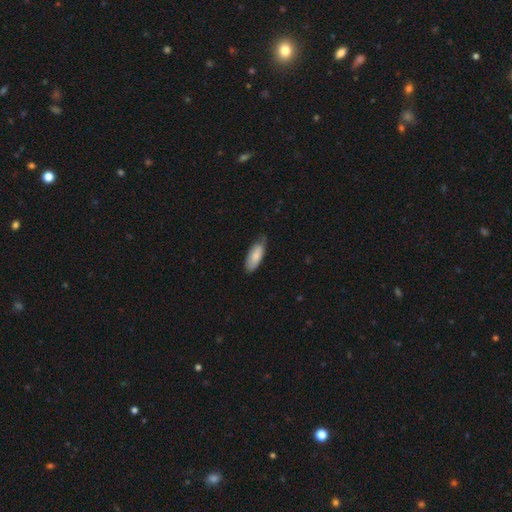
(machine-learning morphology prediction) A smooth galaxy with no disk features (81%) that is in between round and cigar-shaped (78%). Merging: none (61%).